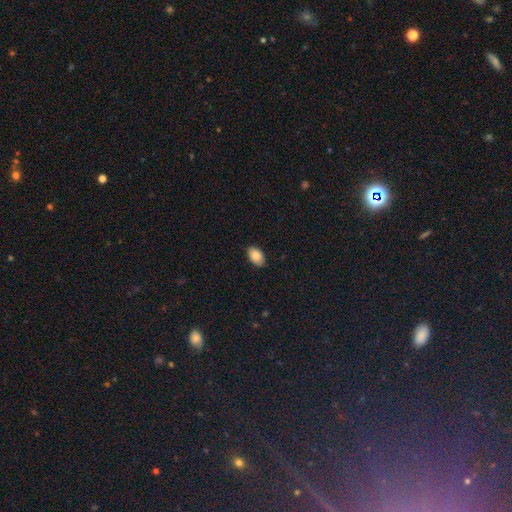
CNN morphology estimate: type=smooth (85%); roundness=in between (91%); merging=none (85%).